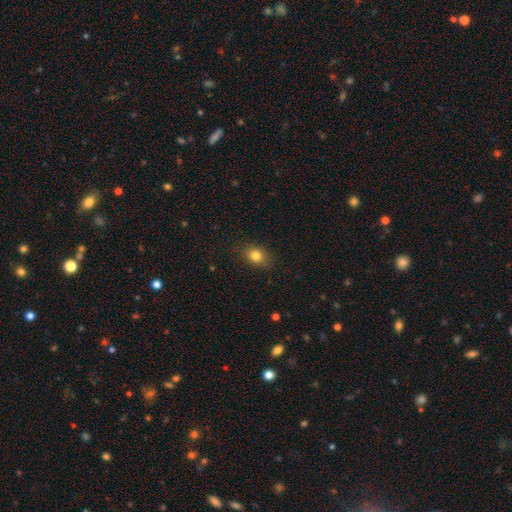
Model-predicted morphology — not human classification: Q: Smooth or featured?
A: smooth (81%); runner-up: star or artifact (11%)
Q: How rounded?
A: in between (61%); runner-up: round (38%)
Q: Merging?
A: none (85%); runner-up: minor disturbance (11%)